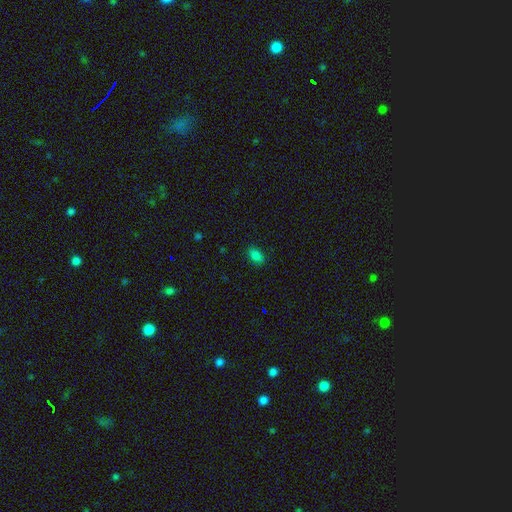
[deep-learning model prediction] Overall: smooth (82%). How rounded: in between (87%). Merging: none (86%).